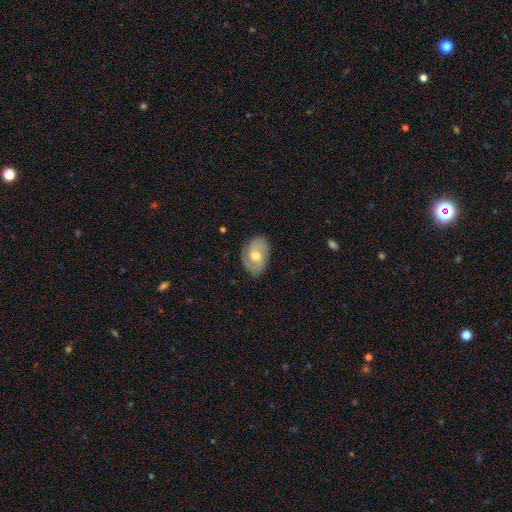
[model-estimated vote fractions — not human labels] Q: Smooth or featured?
A: featured or disk (63%); runner-up: smooth (31%)
Q: Edge-on disk?
A: no (95%); runner-up: yes (5%)
Q: Bar?
A: no (57%); runner-up: weak (37%)
Q: Spiral arms?
A: yes (86%); runner-up: no (14%)
Q: Spiral winding?
A: medium (45%); runner-up: tight (36%)
Q: Spiral arm count?
A: 2 (62%); runner-up: can't tell (18%)
Q: Bulge size?
A: moderate (73%); runner-up: small (16%)
Q: Merging?
A: none (76%); runner-up: minor disturbance (18%)